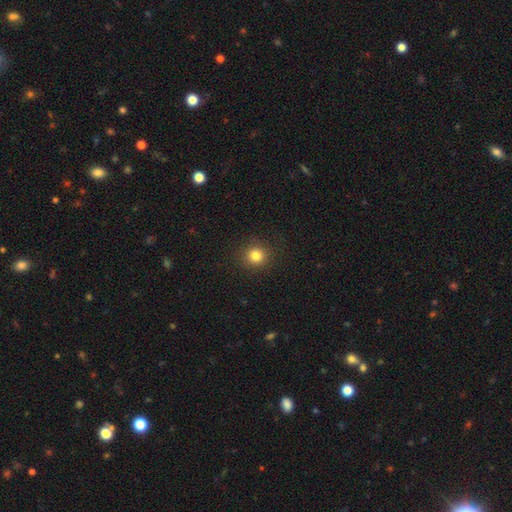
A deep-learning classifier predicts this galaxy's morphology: The model was most divided on "smooth or featured": smooth: 82%, star or artifact: 13%, featured or disk: 5%. More confident: how rounded — round (92%); merging — none (91%).